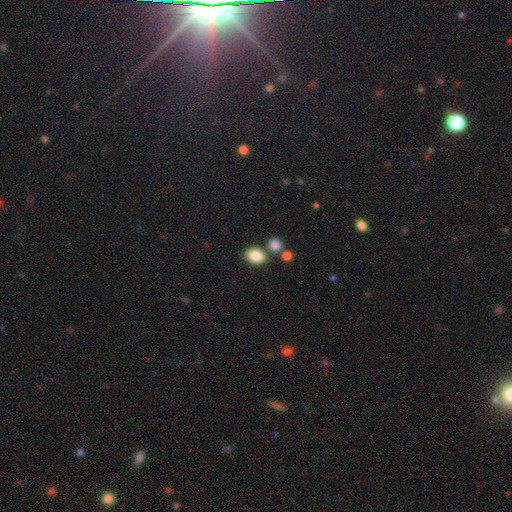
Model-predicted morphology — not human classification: A smooth galaxy with no disk features (85%) that is in between round and cigar-shaped (69%).

Vote fractions:
- Smooth or featured? smooth: 85% / star or artifact: 9% / featured or disk: 6%
- How rounded? in between: 69% / round: 30% / cigar-shaped: 1%
- Merging? none: 70% / merger: 16% / minor disturbance: 11% / major disturbance: 3%